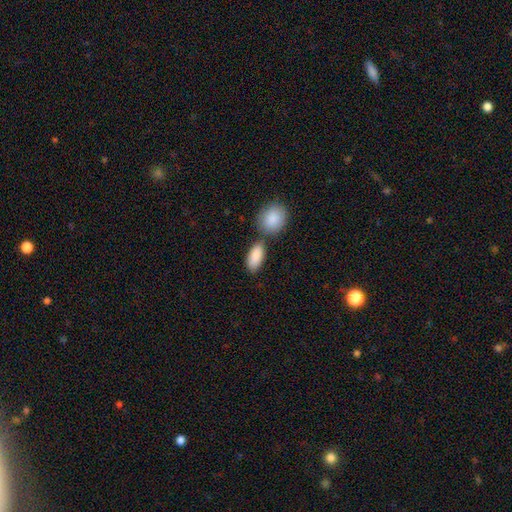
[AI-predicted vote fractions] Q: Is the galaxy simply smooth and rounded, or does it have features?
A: smooth — 89%.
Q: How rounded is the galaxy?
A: in between — 90%.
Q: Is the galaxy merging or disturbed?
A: none — 57%.